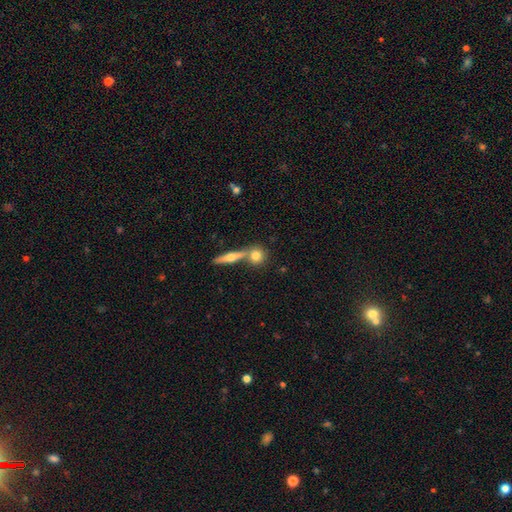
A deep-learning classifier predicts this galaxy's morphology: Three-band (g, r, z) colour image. It shows a smooth galaxy with no disk features (72%) that is round (78%). Merging: none (59%).